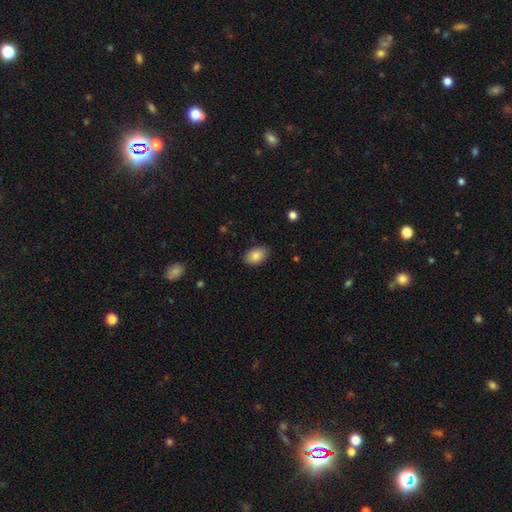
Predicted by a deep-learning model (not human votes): A smooth galaxy with no disk features (84%) that is in between round and cigar-shaped (86%).

Vote fractions:
- Smooth or featured? smooth: 84% / featured or disk: 8% / star or artifact: 8%
- How rounded? in between: 86% / round: 13% / cigar-shaped: 1%
- Merging? none: 85% / minor disturbance: 12% / major disturbance: 2% / merger: 1%